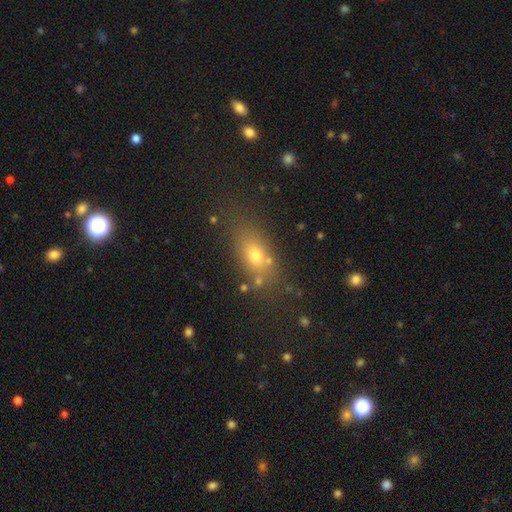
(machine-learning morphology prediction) Smooth or featured: smooth — 70% (featured or disk — 15%)
How rounded: in between — 74% (round — 17%)
Merging: none — 70% (minor disturbance — 15%)